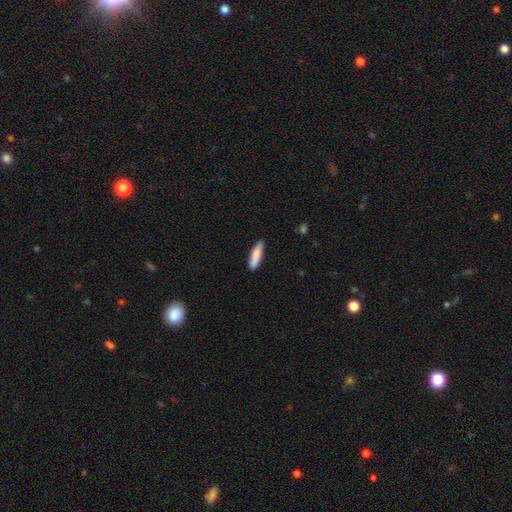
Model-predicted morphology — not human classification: type=smooth (86%); roundness=cigar-shaped (74%); merging=none (86%).